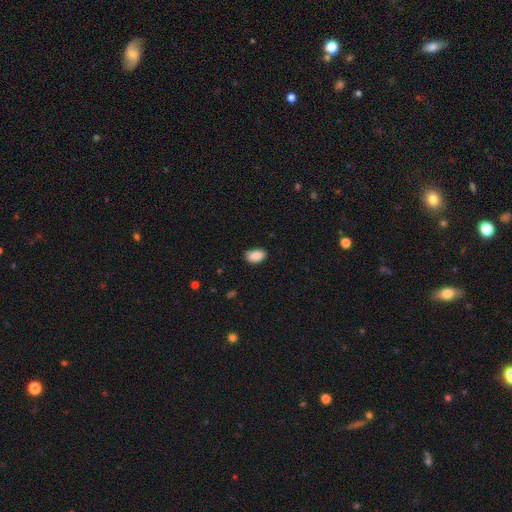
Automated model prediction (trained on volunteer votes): Q: Smooth or featured?
A: smooth (88%); runner-up: star or artifact (7%)
Q: How rounded?
A: in between (91%); runner-up: round (8%)
Q: Merging?
A: none (78%); runner-up: minor disturbance (18%)